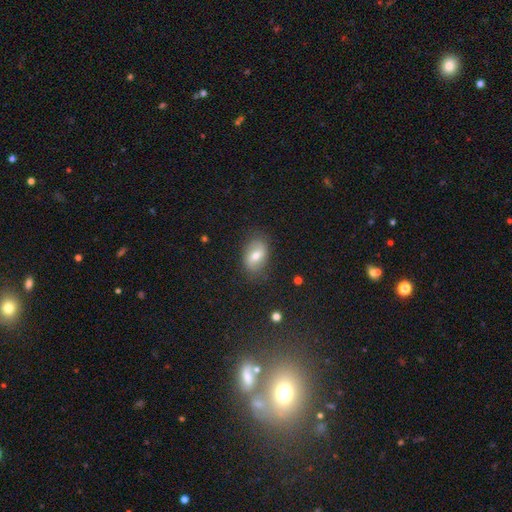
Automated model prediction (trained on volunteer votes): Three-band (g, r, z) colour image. It shows a smooth galaxy with no disk features (60%) that is in between round and cigar-shaped (84%). Merging: none (79%).